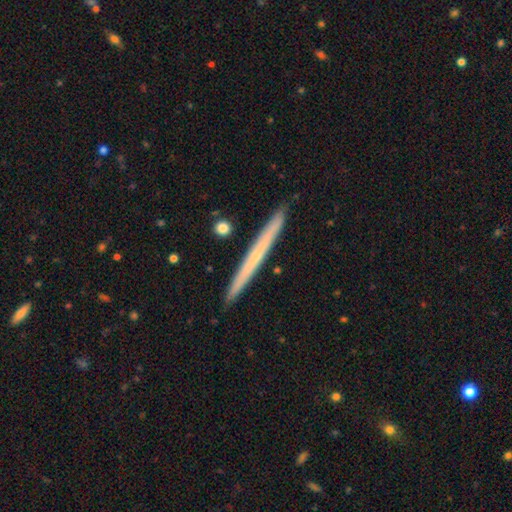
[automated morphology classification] This appears to be a featured or disk galaxy (51%) viewed edge-on (97%). Merging: none (92%).